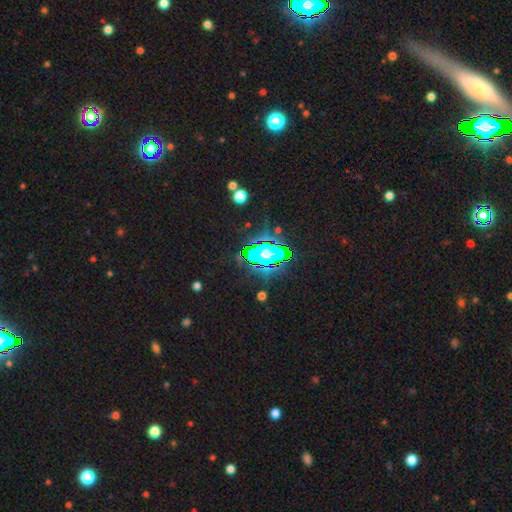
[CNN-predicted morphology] smooth-or-featured: star or artifact: 83% | smooth: 10% | featured or disk: 7%